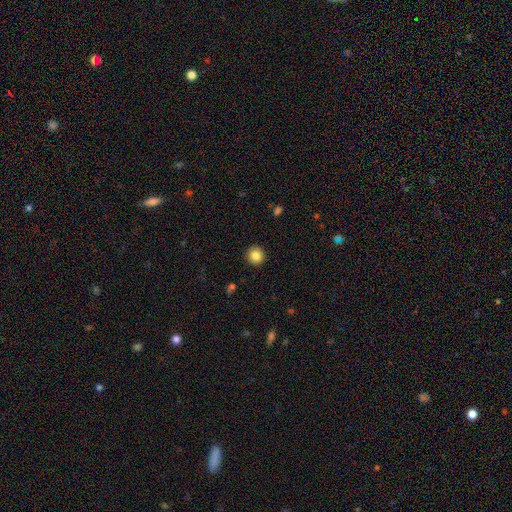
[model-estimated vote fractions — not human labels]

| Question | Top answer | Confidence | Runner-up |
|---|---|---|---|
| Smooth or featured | smooth | 85% | star or artifact (10%) |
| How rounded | round | 94% | in between (5%) |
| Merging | none | 92% | minor disturbance (5%) |